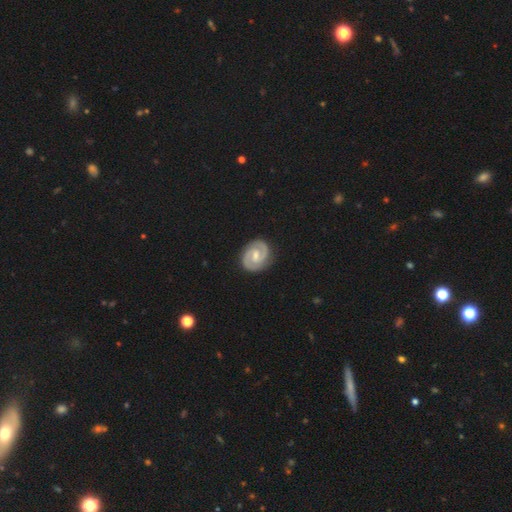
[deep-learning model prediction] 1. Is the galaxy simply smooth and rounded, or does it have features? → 89% featured or disk, 8% smooth, 4% star or artifact.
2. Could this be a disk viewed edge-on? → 98% no, 2% yes.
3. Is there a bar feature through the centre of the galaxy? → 56% weak, 24% no, 20% strong.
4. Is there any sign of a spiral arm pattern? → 98% yes, 2% no.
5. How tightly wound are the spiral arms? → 51% tight, 42% medium, 7% loose.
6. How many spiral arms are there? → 93% 2, 2% can't tell, 1% 1, 1% 3, 1% 4, 1% more than 4.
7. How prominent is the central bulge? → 54% moderate, 36% small, 6% none, 3% large, 1% dominant.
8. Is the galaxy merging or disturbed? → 87% none, 10% minor disturbance, 2% major disturbance, 1% merger.